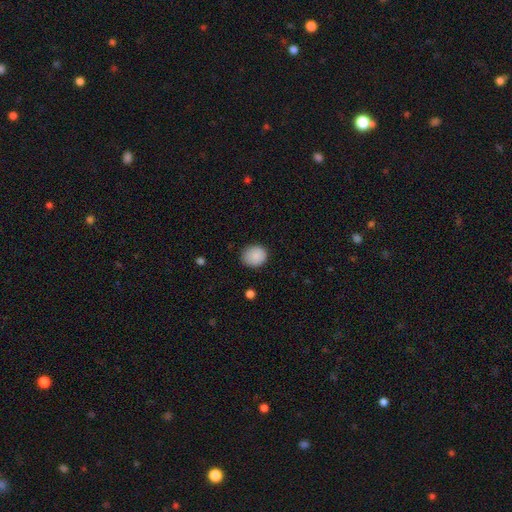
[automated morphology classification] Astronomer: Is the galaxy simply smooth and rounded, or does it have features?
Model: smooth — 88%.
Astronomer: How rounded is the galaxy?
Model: round — 75%.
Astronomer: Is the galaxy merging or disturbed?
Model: none — 84%.